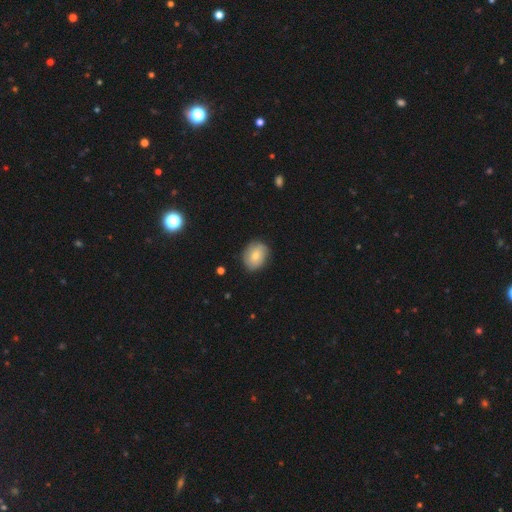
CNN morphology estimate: type=smooth (60%); roundness=round (50%); merging=none (79%).